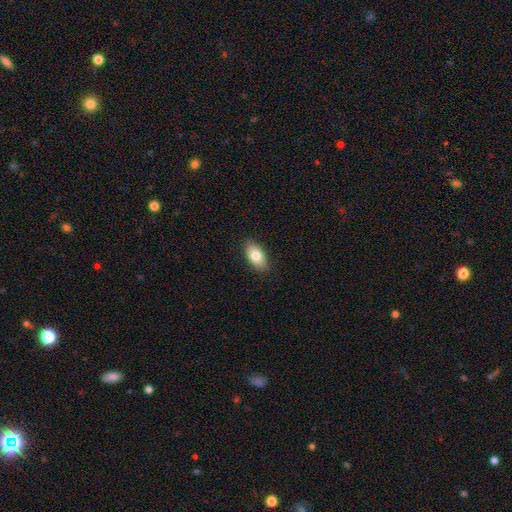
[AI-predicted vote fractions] smooth-or-featured: smooth: 78% | featured or disk: 15% | star or artifact: 7%
  how-rounded: in between: 91% | round: 5% | cigar-shaped: 3%
  merging: none: 87% | minor disturbance: 10% | major disturbance: 2% | merger: 1%